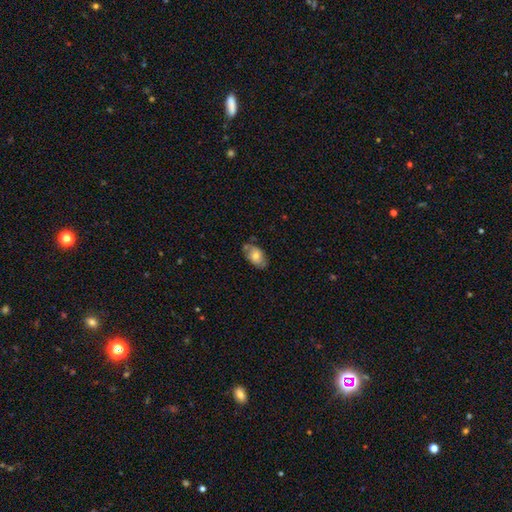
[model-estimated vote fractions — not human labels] This appears to be a smooth galaxy with no disk features (68%) that is in between round and cigar-shaped (90%). Merging: none (66%).